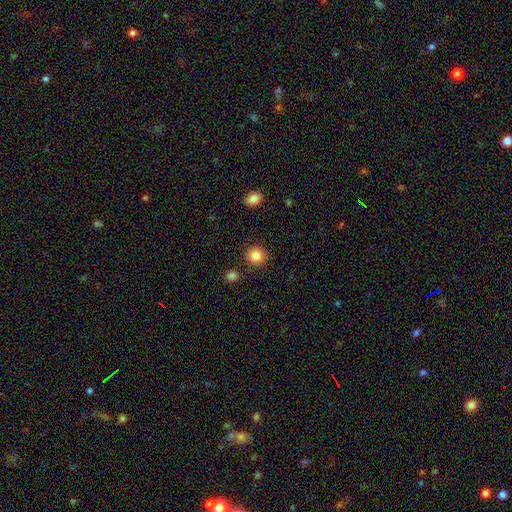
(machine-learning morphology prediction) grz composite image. It shows a smooth galaxy with no disk features (85%) that is round (89%). Merging: none (89%).